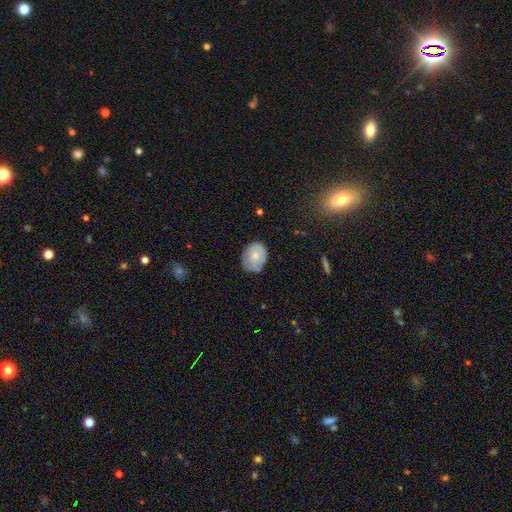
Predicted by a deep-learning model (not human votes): Overall: smooth (68%). How rounded: in between (58%; round 41%). Merging: none (70%).